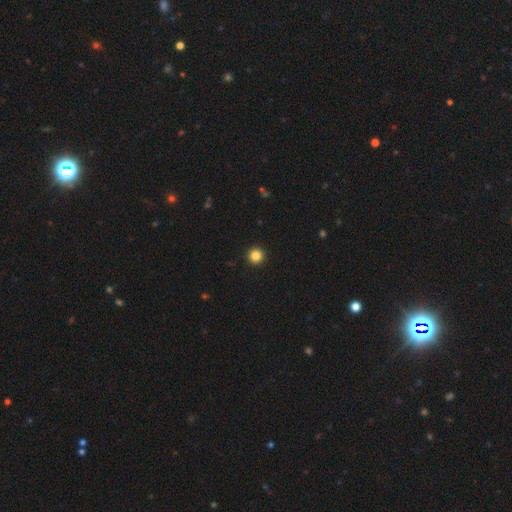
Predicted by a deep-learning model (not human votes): A smooth galaxy with no disk features (85%) that is round (97%). Merging: none (94%).